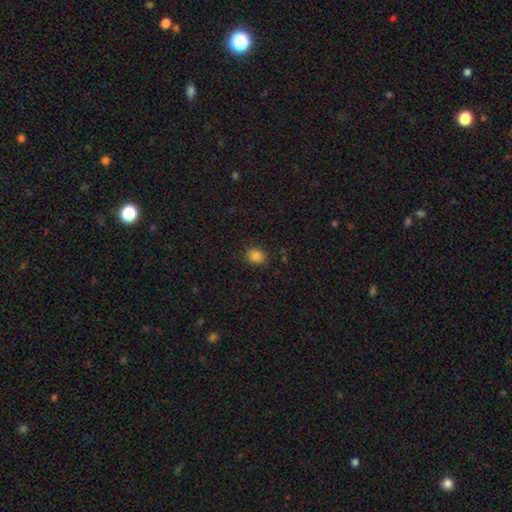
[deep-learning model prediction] Morphology: type=smooth (84%); roundness=round (59%); merging=none (85%).